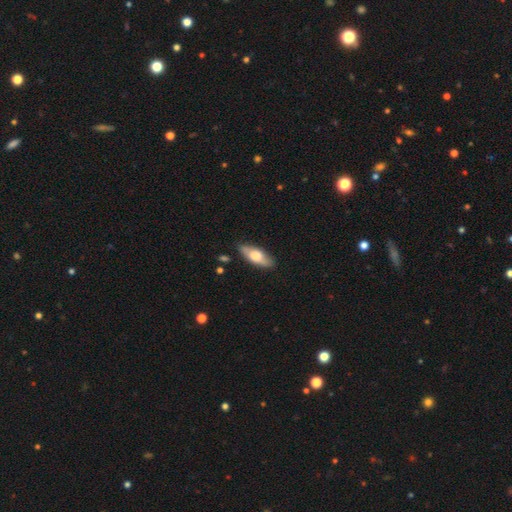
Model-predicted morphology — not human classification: Smooth or featured: smooth — 61% (featured or disk — 33%)
How rounded: in between — 72% (cigar-shaped — 26%)
Merging: none — 84% (minor disturbance — 12%)